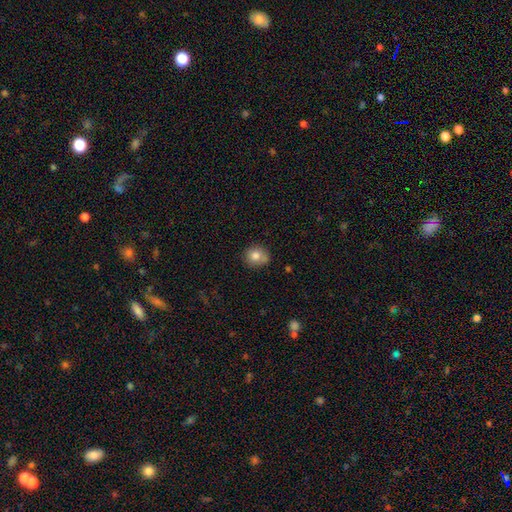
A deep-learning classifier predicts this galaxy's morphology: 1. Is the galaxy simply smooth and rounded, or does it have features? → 80% smooth, 10% star or artifact, 10% featured or disk.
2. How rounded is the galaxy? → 83% round, 16% in between, 1% cigar-shaped.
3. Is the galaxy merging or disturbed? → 71% none, 18% minor disturbance, 7% merger, 4% major disturbance.